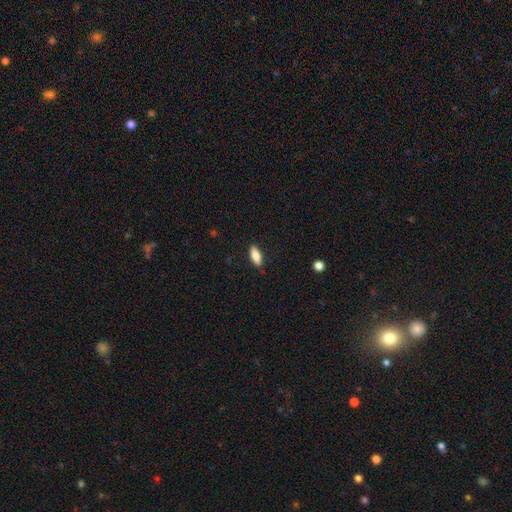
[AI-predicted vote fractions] A smooth galaxy with no disk features (77%) that is in between round and cigar-shaped (76%).

Vote fractions:
- Smooth or featured? smooth: 77% / featured or disk: 16% / star or artifact: 7%
- How rounded? in between: 76% / cigar-shaped: 22% / round: 2%
- Merging? none: 87% / minor disturbance: 10% / major disturbance: 2% / merger: 1%